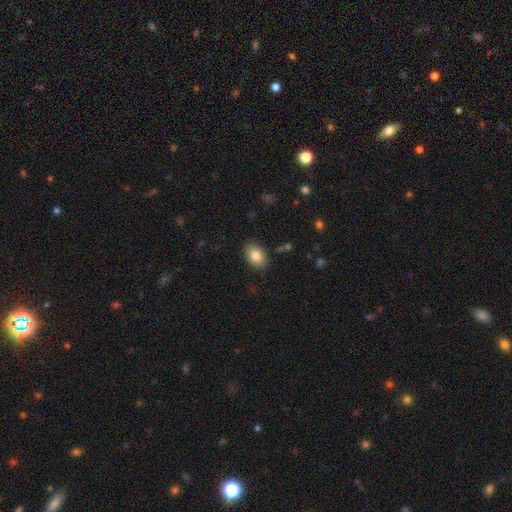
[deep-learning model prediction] Smooth or featured? Predicted: smooth (p=0.82). How rounded? Predicted: in between (p=0.83). Merging? Predicted: none (p=0.87).